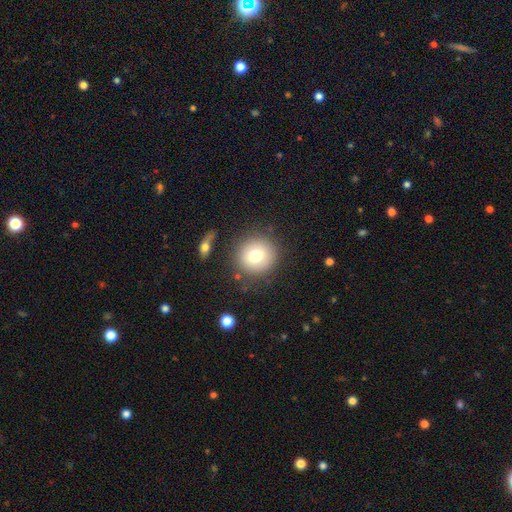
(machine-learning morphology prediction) This is likely a smooth galaxy (74%). How rounded: clearly round (92%). Merging: clearly none (83%).